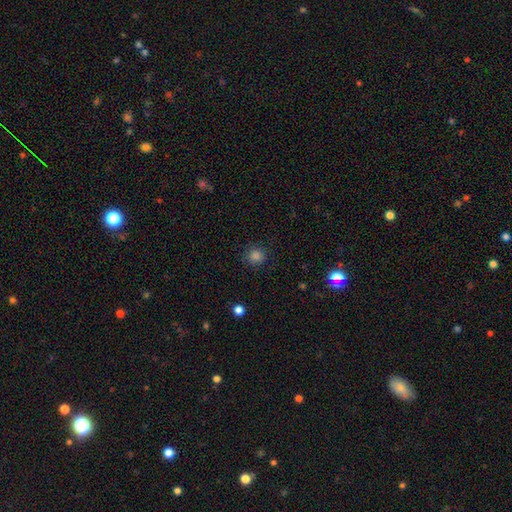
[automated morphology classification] This appears to be a smooth galaxy with no disk features (83%) that is round (91%). Merging: none (87%).